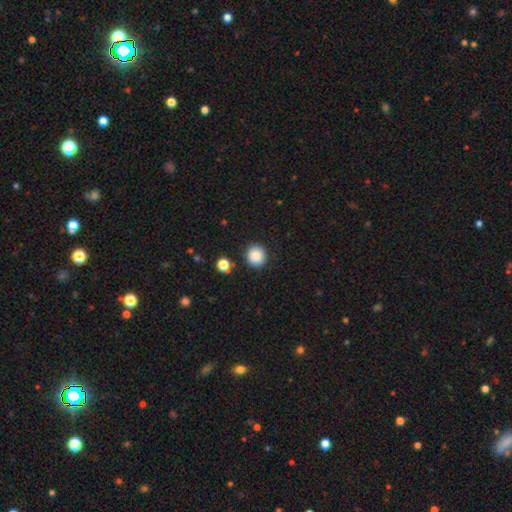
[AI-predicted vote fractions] Morphology: type=smooth (85%); roundness=round (91%); merging=none (90%).